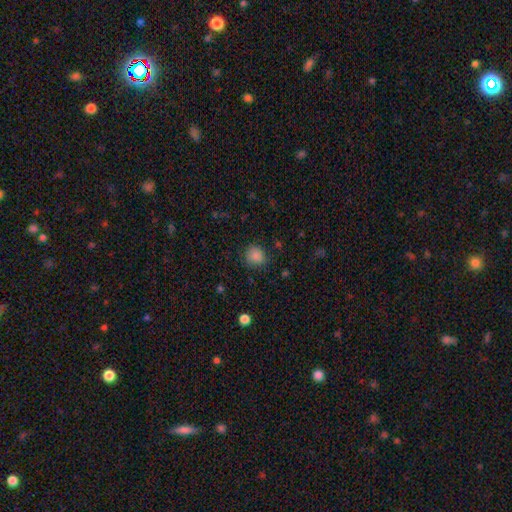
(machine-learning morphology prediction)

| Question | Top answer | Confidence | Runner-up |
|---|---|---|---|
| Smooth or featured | smooth | 85% | star or artifact (11%) |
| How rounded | round | 81% | in between (19%) |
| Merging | none | 80% | minor disturbance (15%) |